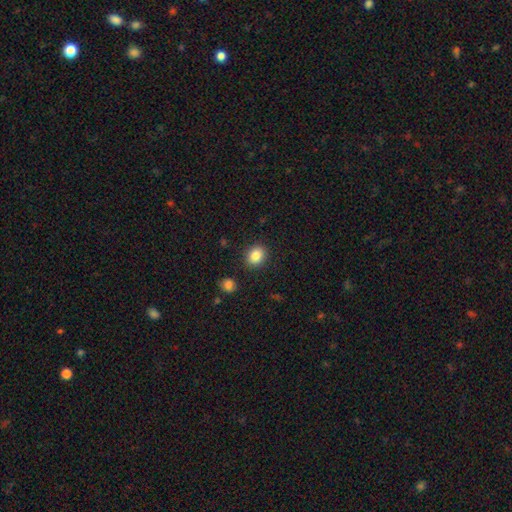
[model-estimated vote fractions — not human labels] Q: Smooth or featured?
A: smooth (85%); runner-up: star or artifact (10%)
Q: How rounded?
A: round (61%); runner-up: in between (38%)
Q: Merging?
A: none (87%); runner-up: minor disturbance (8%)